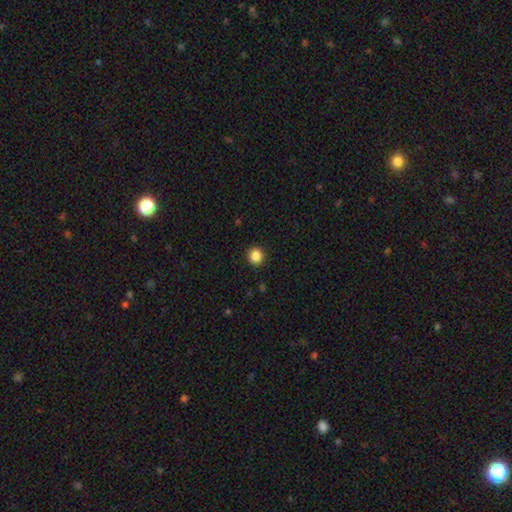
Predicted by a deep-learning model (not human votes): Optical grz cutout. It shows a smooth galaxy with no disk features (86%) that is round (91%). Merging: none (92%).